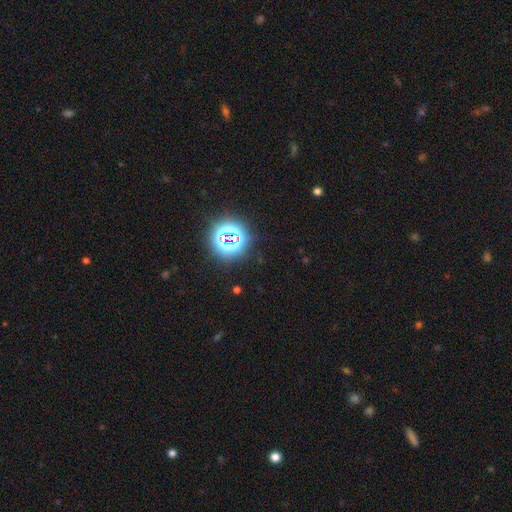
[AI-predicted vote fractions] star or artifact 78%, smooth 15%, featured or disk 8%.